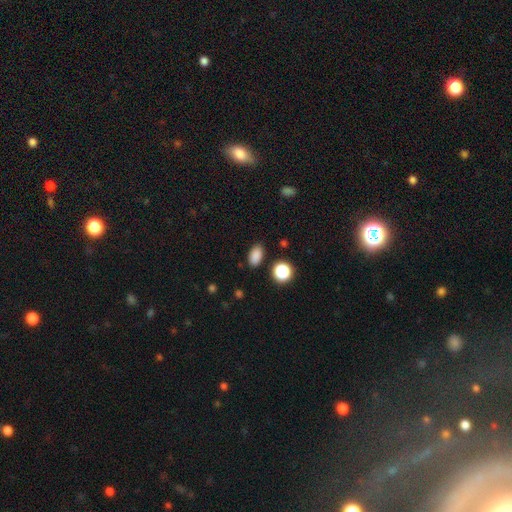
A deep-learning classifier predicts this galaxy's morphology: Smooth or featured: smooth — 84% (star or artifact — 12%)
How rounded: in between — 86% (round — 12%)
Merging: none — 86% (minor disturbance — 10%)